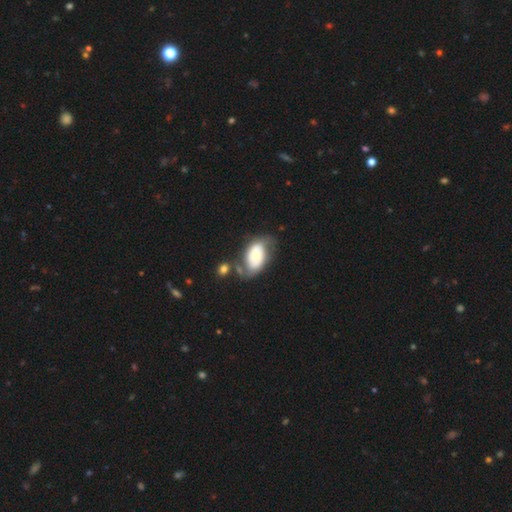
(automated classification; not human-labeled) Smooth or featured?
  - featured or disk: 49% *
  - smooth: 45%
  - star or artifact: 6%
Merging?
  - none: 43% *
  - minor disturbance: 25%
  - major disturbance: 17%
  - merger: 15%